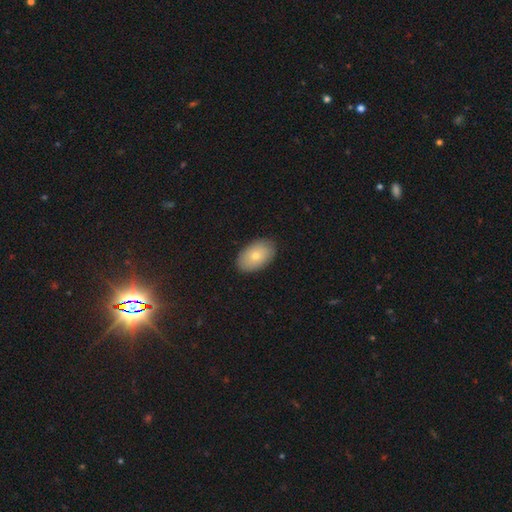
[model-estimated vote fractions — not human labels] This is likely a smooth galaxy (76%). How rounded: clearly in between (92%). Merging: clearly none (88%).